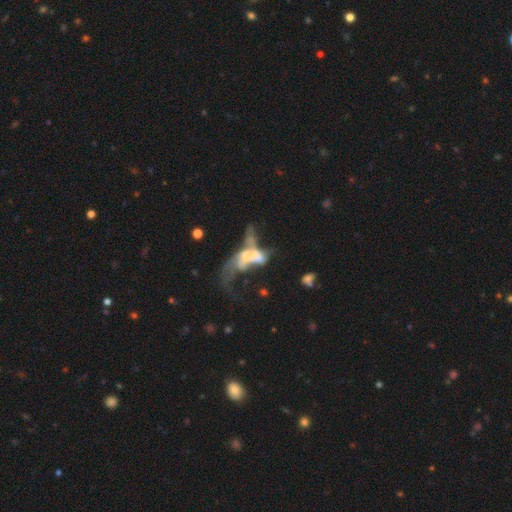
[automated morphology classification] smooth_or_featured: featured or disk (p=0.60) [alt: smooth p=0.28]
disk_edge_on: no (p=0.92) [alt: yes p=0.08]
bar: no (p=0.81) [alt: weak p=0.13]
has_spiral_arms: no (p=0.79) [alt: yes p=0.21]
bulge_size: none (p=0.37) [alt: moderate p=0.26]
merging: merger (p=0.56) [alt: major disturbance p=0.30]